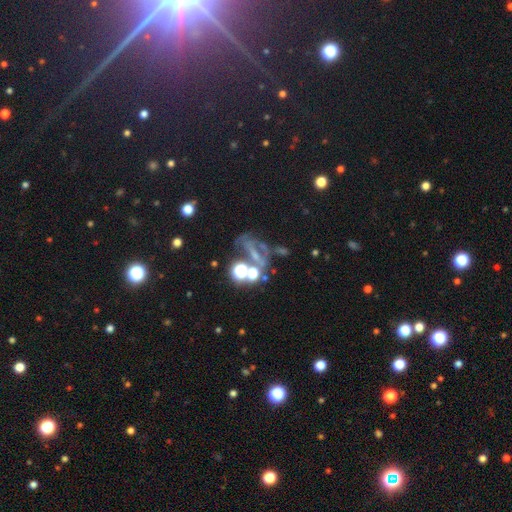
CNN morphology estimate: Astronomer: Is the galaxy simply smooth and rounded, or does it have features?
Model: star or artifact — 44% (runner-up: featured or disk, 35%).